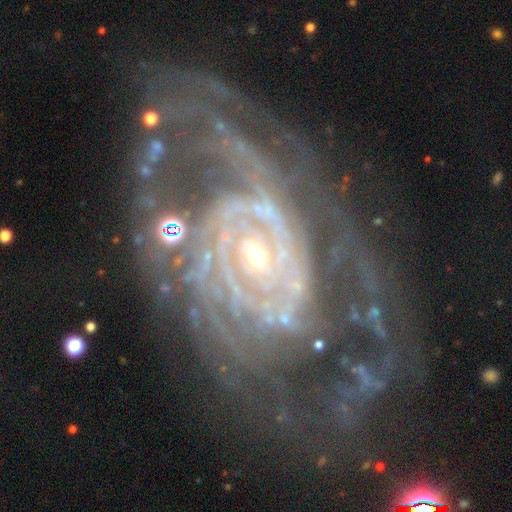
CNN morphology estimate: Overall: featured or disk (88%). Edge-on disk: no (96%). Bar: no (59%; weak 28%). Spiral arms: yes (92%). Spiral arm count: can't tell (35%; 2 25%). Spiral winding: tight (59%; medium 31%). Bulge size: small (71%). Merging: none (55%; major disturbance 22%).